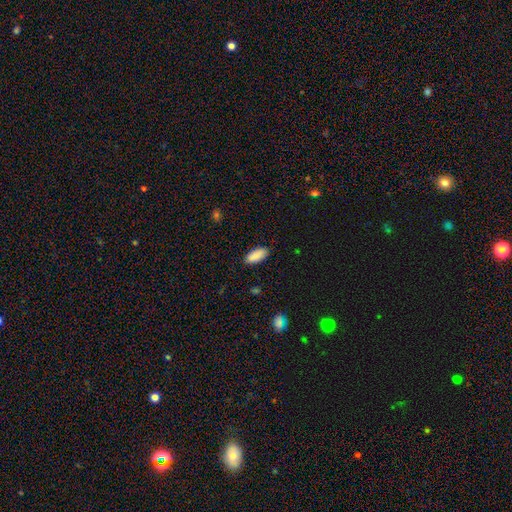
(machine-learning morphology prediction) This is clearly a smooth galaxy (89%). How rounded: clearly in between (86%). Merging: clearly none (87%).